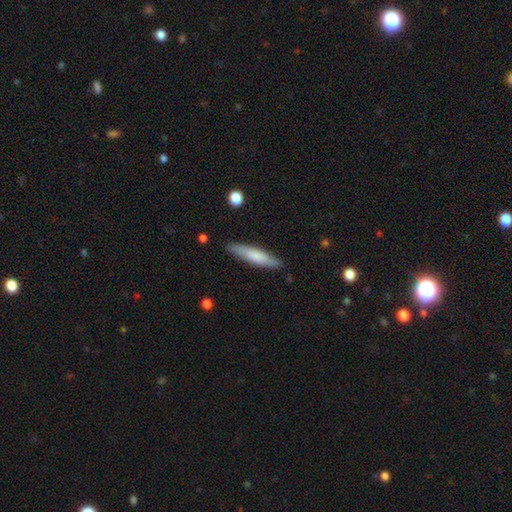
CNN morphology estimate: Q: Smooth or featured?
A: smooth (70%); runner-up: featured or disk (25%)
Q: How rounded?
A: cigar-shaped (84%); runner-up: in between (15%)
Q: Merging?
A: none (87%); runner-up: minor disturbance (10%)